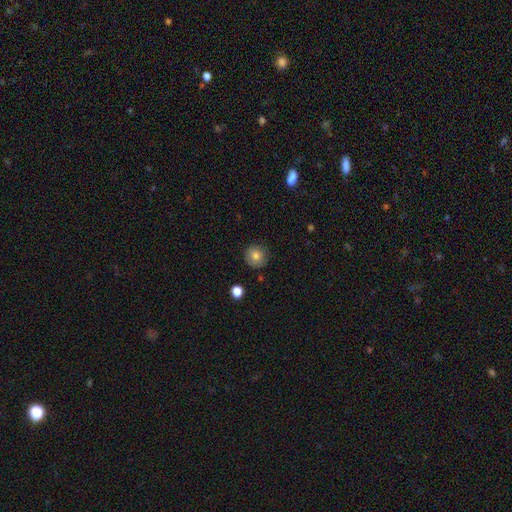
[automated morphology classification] Overall: smooth (79%). How rounded: round (94%). Merging: none (88%).